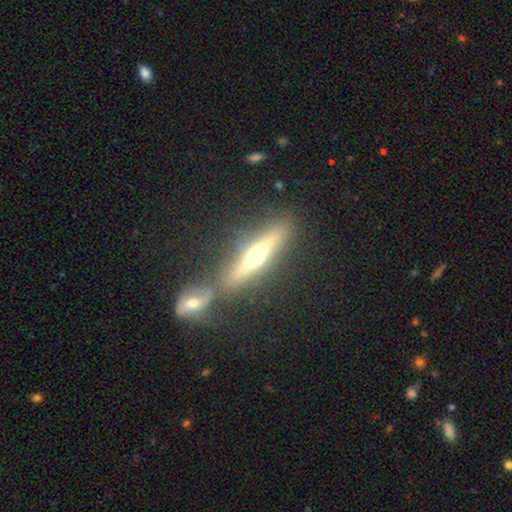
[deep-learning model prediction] This is likely a featured or disk galaxy (67%). It is clearly viewed edge-on (92%). Edge-on bulge: clearly rounded (90%). Merging: likely none (64%).